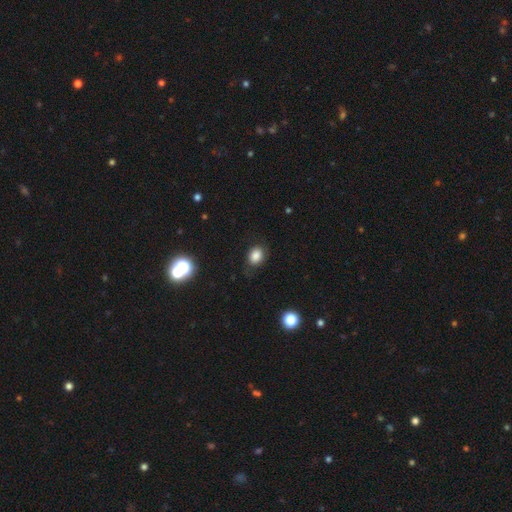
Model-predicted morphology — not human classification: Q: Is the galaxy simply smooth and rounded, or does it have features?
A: smooth — 82%.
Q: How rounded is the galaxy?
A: in between — 56%.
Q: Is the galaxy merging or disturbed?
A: none — 73%.